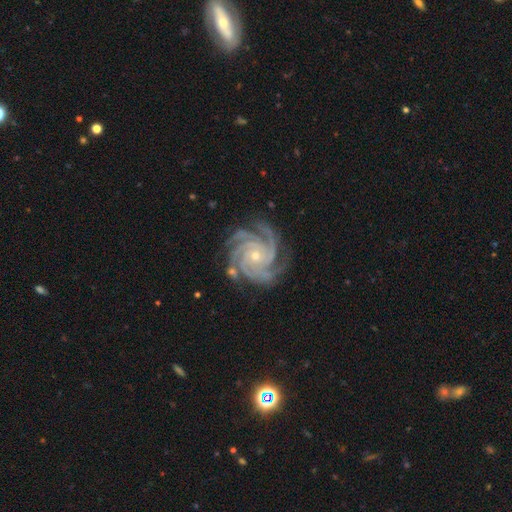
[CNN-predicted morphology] A featured or disk galaxy (93%) with no bar (72%), 4 (51%) tight (76%) spiral arms (99%) and a small central bulge (65%). Merging: none (80%).